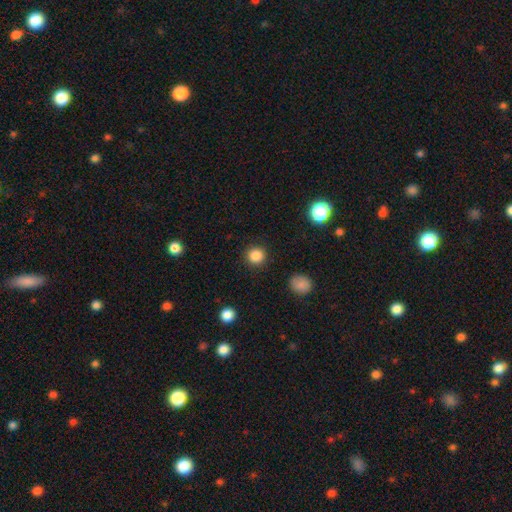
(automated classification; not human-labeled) A smooth galaxy with no disk features (86%) that is round (94%).

Vote fractions:
- Smooth or featured? smooth: 86% / star or artifact: 11% / featured or disk: 4%
- How rounded? round: 94% / in between: 5% / cigar-shaped: 1%
- Merging? none: 91% / minor disturbance: 5% / major disturbance: 2% / merger: 1%